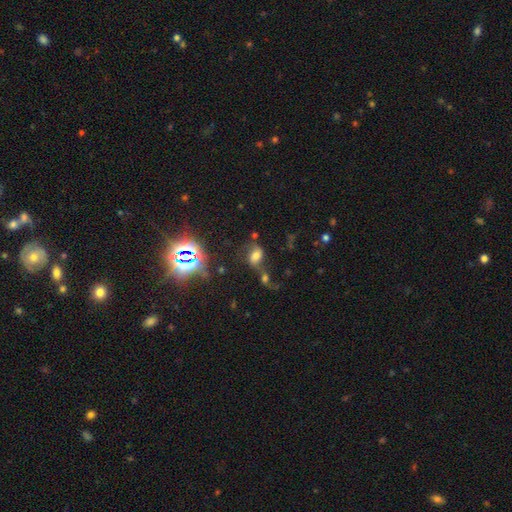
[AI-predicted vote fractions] Overall: smooth (47%; star or artifact 27%). Merging: none (40%; merger 30%).